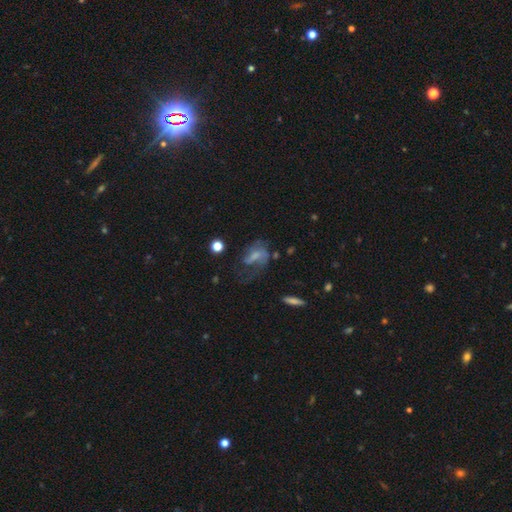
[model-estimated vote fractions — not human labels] Smooth or featured?
  - featured or disk: 51% *
  - smooth: 37%
  - star or artifact: 12%
Edge-on disk?
  - no: 95% *
  - yes: 5%
Merging?
  - major disturbance: 47% *
  - none: 30%
  - minor disturbance: 19%
  - merger: 5%